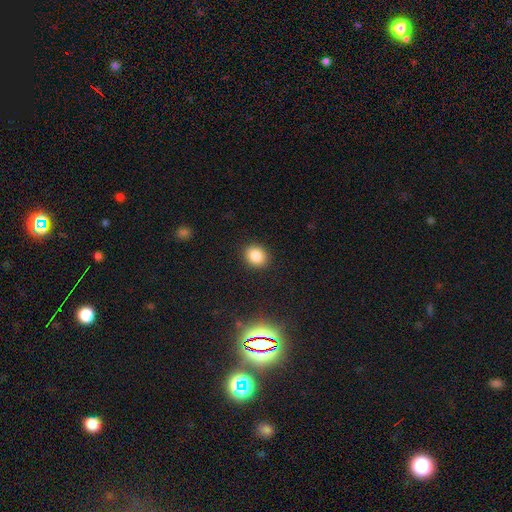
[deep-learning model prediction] Q: Smooth or featured?
A: smooth (85%); runner-up: star or artifact (10%)
Q: How rounded?
A: round (68%); runner-up: in between (31%)
Q: Merging?
A: none (89%); runner-up: minor disturbance (7%)